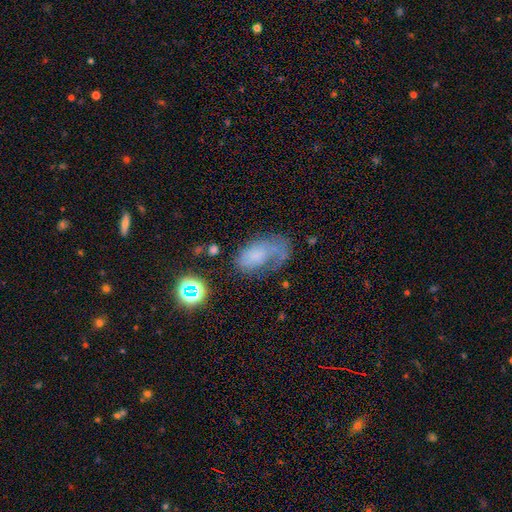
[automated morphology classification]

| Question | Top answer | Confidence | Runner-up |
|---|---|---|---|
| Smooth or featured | smooth | 48% | featured or disk (38%) |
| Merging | major disturbance | 36% | none (33%) |